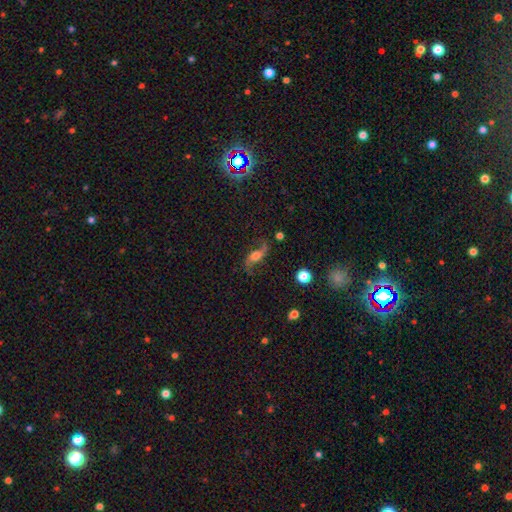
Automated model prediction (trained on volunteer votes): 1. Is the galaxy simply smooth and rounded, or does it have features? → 77% featured or disk, 14% smooth, 10% star or artifact.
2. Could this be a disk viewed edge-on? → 91% no, 9% yes.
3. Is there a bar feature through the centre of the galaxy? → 54% no, 33% weak, 14% strong.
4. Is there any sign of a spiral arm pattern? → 94% yes, 6% no.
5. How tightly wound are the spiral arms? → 87% loose, 10% medium, 3% tight.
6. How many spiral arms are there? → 92% 2, 3% 1, 2% can't tell, 1% 3, 1% 4, 1% more than 4.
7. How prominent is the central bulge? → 52% moderate, 22% small, 18% large, 5% none, 3% dominant.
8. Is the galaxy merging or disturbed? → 72% none, 15% minor disturbance, 10% major disturbance, 2% merger.